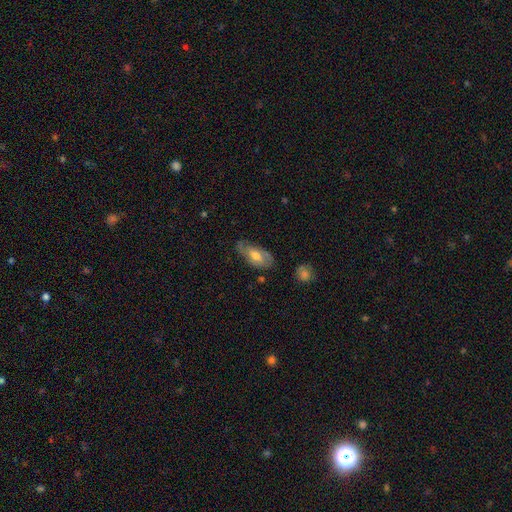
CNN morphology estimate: featured or disk 49%, smooth 45%, star or artifact 6%. Down the decision tree: merging — none (62%).